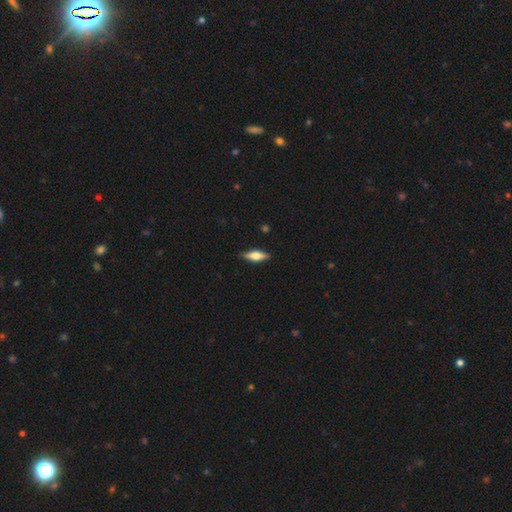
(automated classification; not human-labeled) smooth-or-featured: smooth: 53% | featured or disk: 41% | star or artifact: 6%
  how-rounded: in between: 54% | cigar-shaped: 43% | round: 3%
  merging: none: 88% | minor disturbance: 9% | major disturbance: 2% | merger: 1%